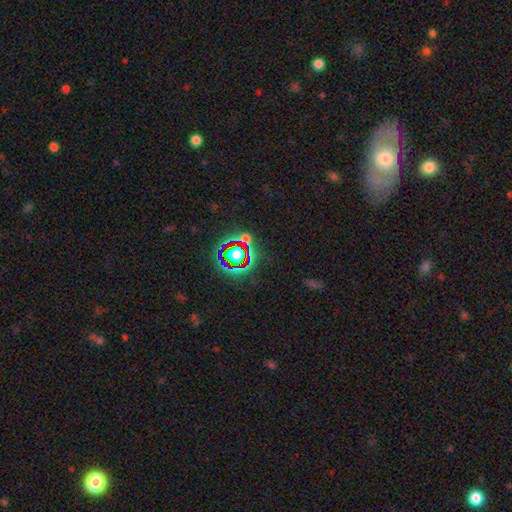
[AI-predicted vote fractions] Q: Smooth or featured?
A: star or artifact (73%); runner-up: smooth (16%)